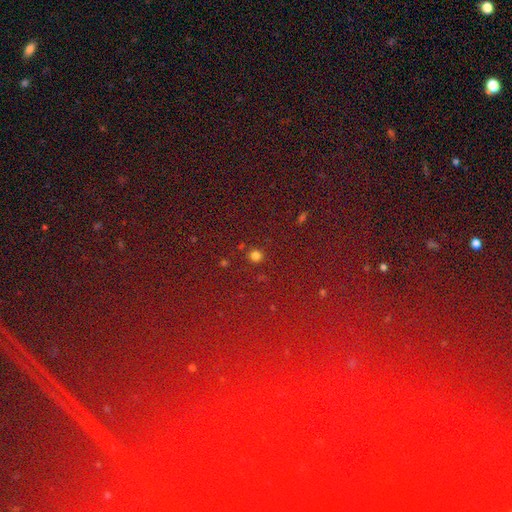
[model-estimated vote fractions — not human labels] smooth 72%, star or artifact 23%, featured or disk 5%. Down the decision tree: how rounded — round (92%); merging — none (87%).